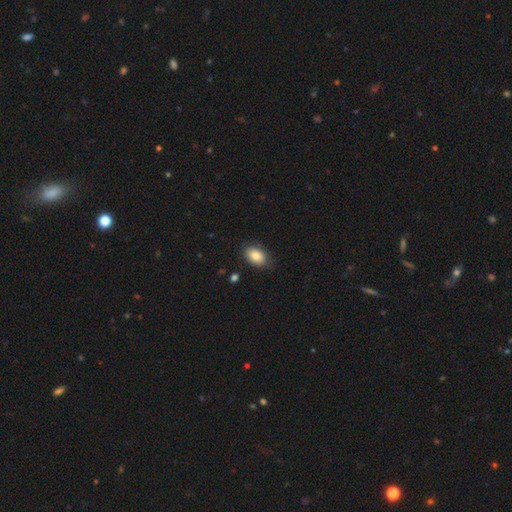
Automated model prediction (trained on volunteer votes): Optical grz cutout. It shows a smooth galaxy with no disk features (85%) that is in between round and cigar-shaped (88%). Merging: none (82%).